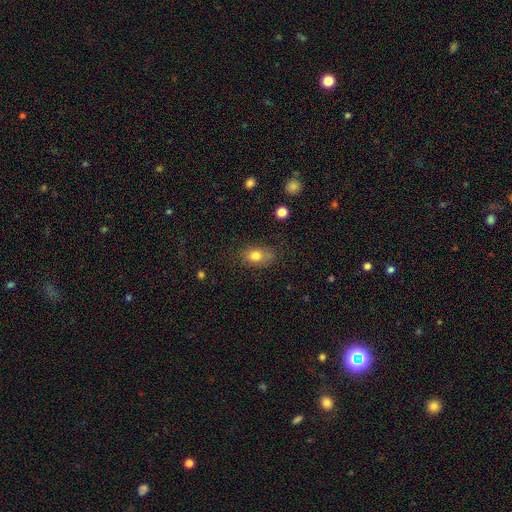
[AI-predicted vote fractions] smooth 79%, featured or disk 11%, star or artifact 10%. Down the decision tree: how rounded — in between (78%); merging — none (68%).